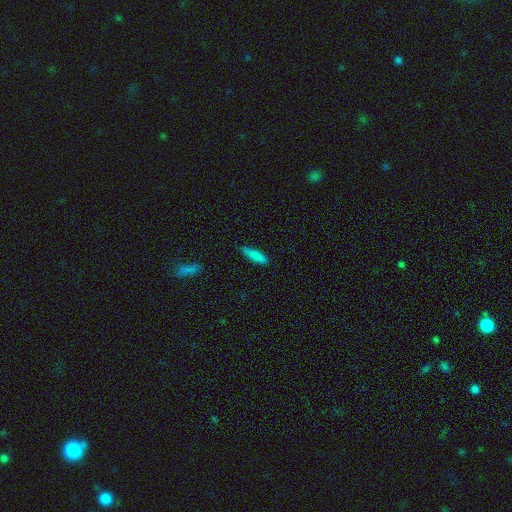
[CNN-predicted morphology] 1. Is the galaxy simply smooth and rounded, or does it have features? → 84% smooth, 9% featured or disk, 7% star or artifact.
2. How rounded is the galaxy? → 70% cigar-shaped, 29% in between, 2% round.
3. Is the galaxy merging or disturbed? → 82% none, 14% minor disturbance, 2% major disturbance, 1% merger.